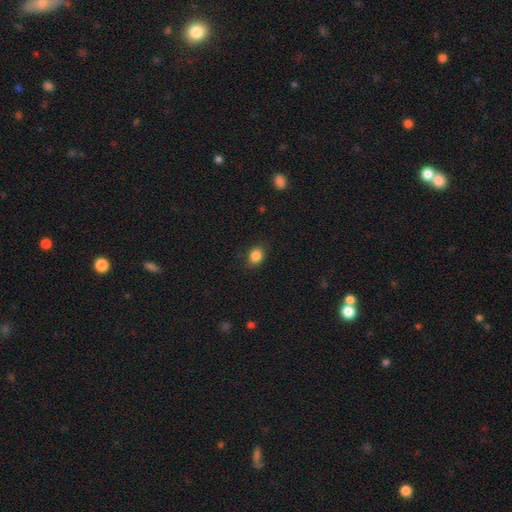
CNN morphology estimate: type=smooth (86%); roundness=in between (54%); merging=none (83%).